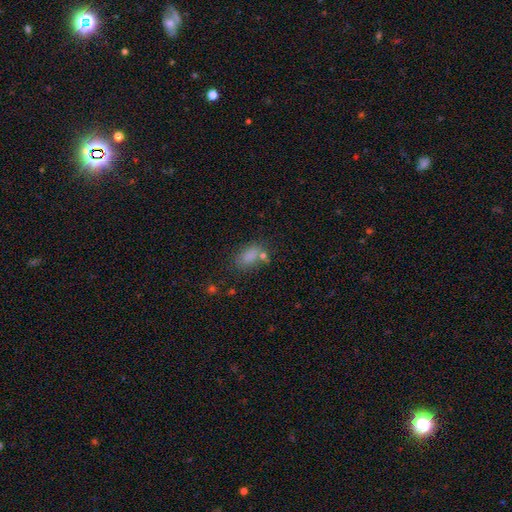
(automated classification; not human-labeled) Q: Smooth or featured?
A: smooth (75%); runner-up: star or artifact (17%)
Q: How rounded?
A: in between (83%); runner-up: round (13%)
Q: Merging?
A: none (66%); runner-up: minor disturbance (15%)